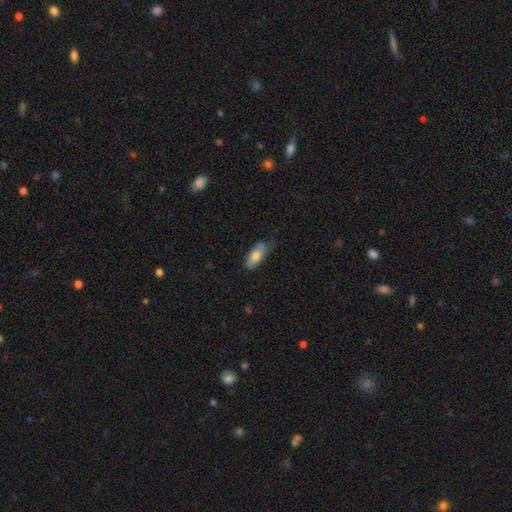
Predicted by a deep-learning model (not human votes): A smooth galaxy with no disk features (71%) that is in between round and cigar-shaped (78%). Merging: none (62%).